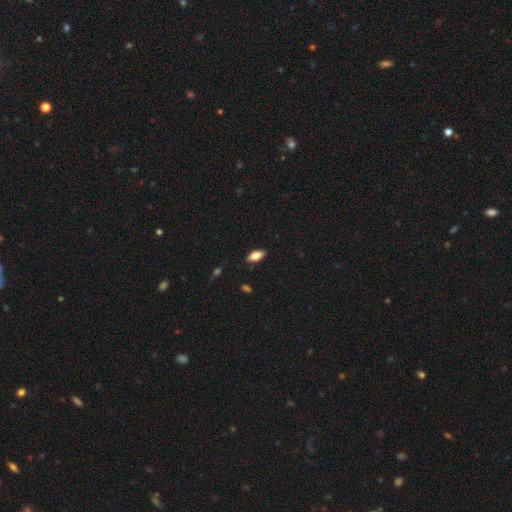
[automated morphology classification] smooth-or-featured: smooth: 80% | featured or disk: 12% | star or artifact: 8%
  how-rounded: in between: 90% | cigar-shaped: 7% | round: 3%
  merging: none: 88% | minor disturbance: 9% | major disturbance: 2% | merger: 1%